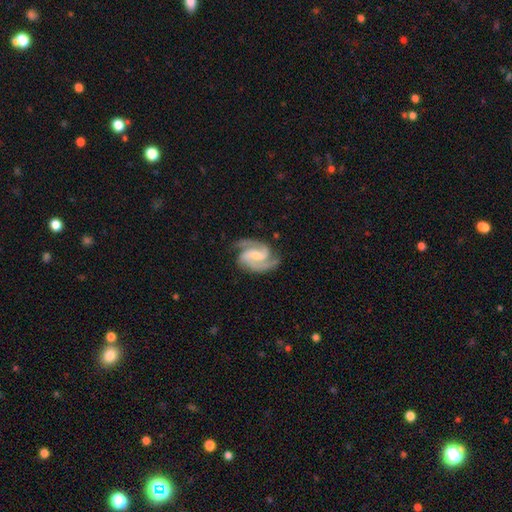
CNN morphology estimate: featured or disk 93%, smooth 4%, star or artifact 3%. Down the decision tree: edge-on disk — no (98%); bar — weak (44%); spiral arms — yes (99%); spiral arm count — 2 (51%); spiral winding — medium (54%); bulge size — small (48%); merging — none (77%).